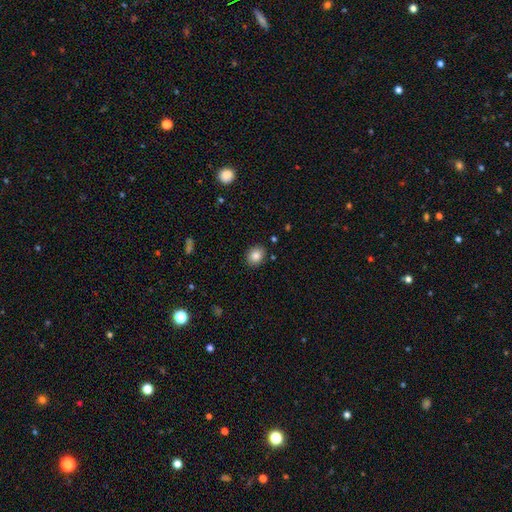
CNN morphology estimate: Smooth or featured? Predicted: smooth (p=0.84). How rounded? Predicted: round (p=0.56). Merging? Predicted: none (p=0.89).